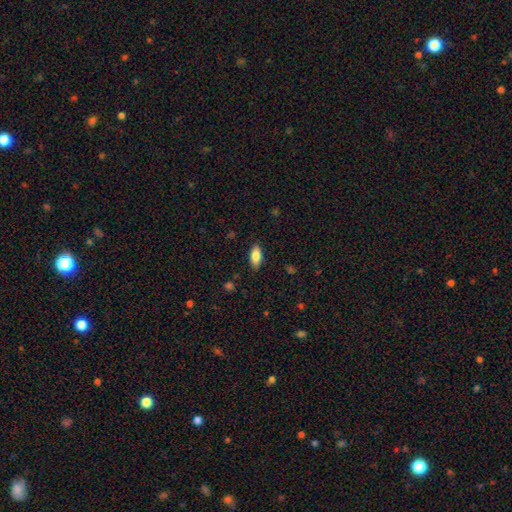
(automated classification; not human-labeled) The model was most divided on "smooth or featured": smooth: 82%, featured or disk: 11%, star or artifact: 7%. More confident: how rounded — in between (87%); merging — none (86%).